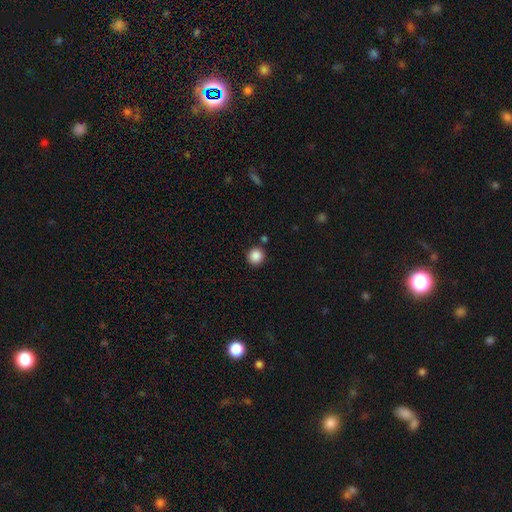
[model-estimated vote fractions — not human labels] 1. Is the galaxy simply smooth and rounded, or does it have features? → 88% smooth, 10% star or artifact, 3% featured or disk.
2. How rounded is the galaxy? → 94% round, 5% in between, 1% cigar-shaped.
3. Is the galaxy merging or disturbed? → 88% none, 6% minor disturbance, 3% merger, 2% major disturbance.